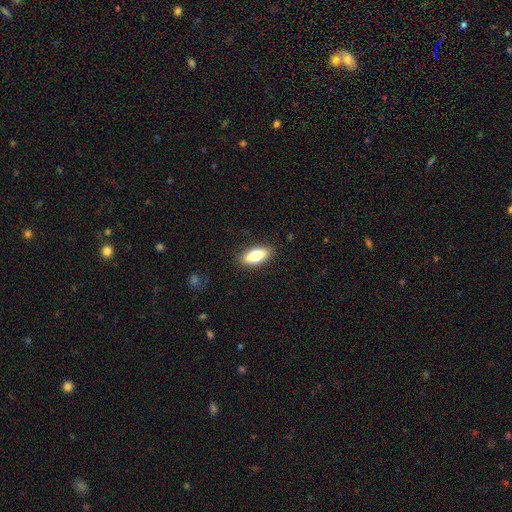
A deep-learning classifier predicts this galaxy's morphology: Smooth or featured?
  - smooth: 75% *
  - featured or disk: 18%
  - star or artifact: 7%
How rounded?
  - in between: 81% *
  - cigar-shaped: 15%
  - round: 3%
Merging?
  - none: 87% *
  - minor disturbance: 10%
  - major disturbance: 2%
  - merger: 1%